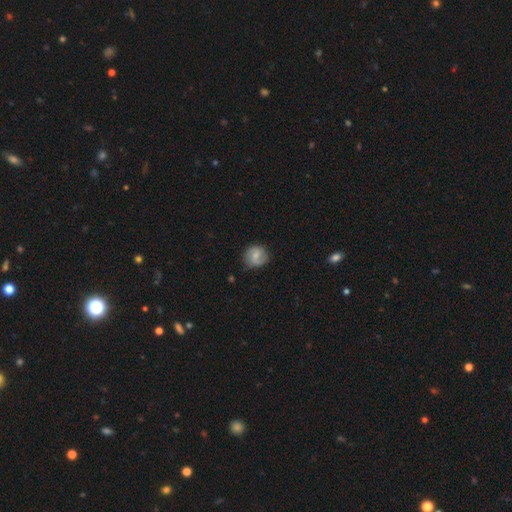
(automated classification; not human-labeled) Smooth or featured: smooth — 47% (featured or disk — 46%)
Merging: none — 75% (minor disturbance — 19%)